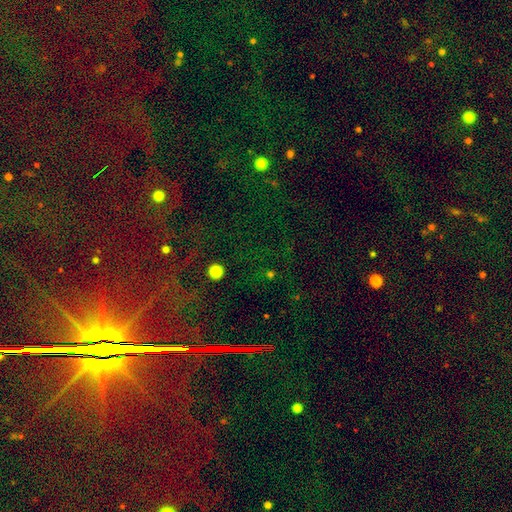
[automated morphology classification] Q: Smooth or featured?
A: star or artifact (81%); runner-up: featured or disk (10%)